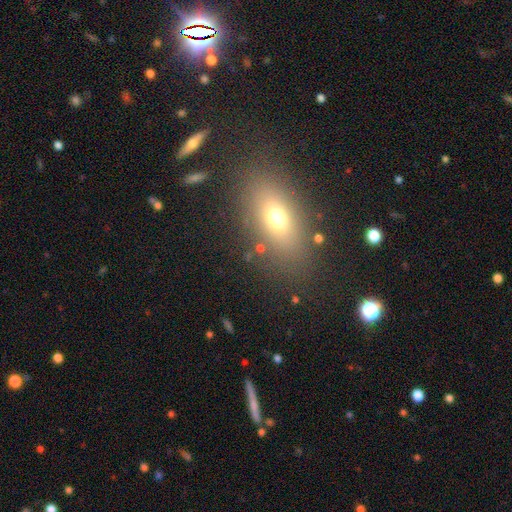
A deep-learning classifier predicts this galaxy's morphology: type=smooth (61%); roundness=in between (74%); merging=none (84%).